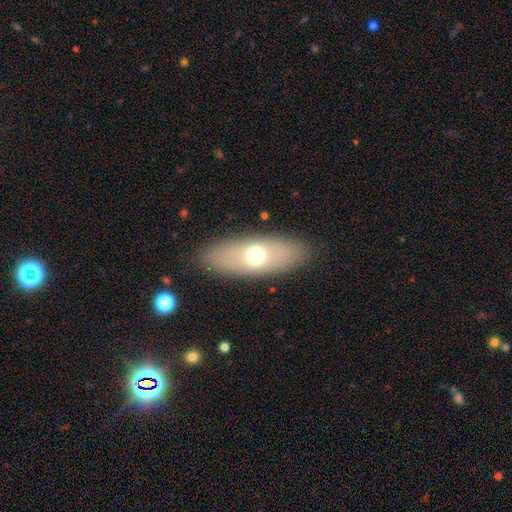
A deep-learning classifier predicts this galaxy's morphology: smooth_or_featured: smooth (p=0.61) [alt: featured or disk p=0.30]
how_rounded: in between (p=0.74) [alt: cigar-shaped p=0.22]
merging: none (p=0.86) [alt: minor disturbance p=0.09]